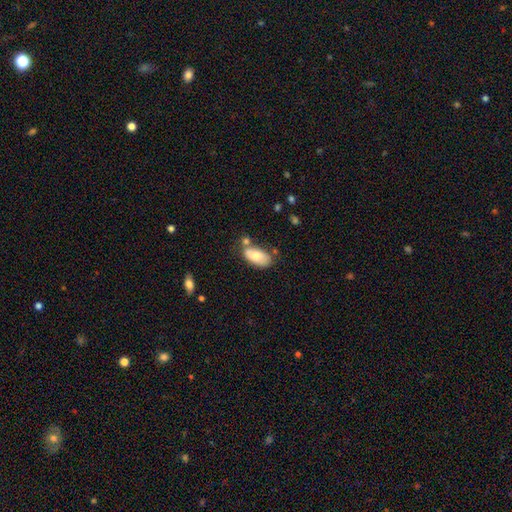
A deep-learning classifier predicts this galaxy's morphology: Q: Smooth or featured?
A: smooth (75%); runner-up: featured or disk (18%)
Q: How rounded?
A: in between (93%); runner-up: cigar-shaped (4%)
Q: Merging?
A: none (49%); runner-up: merger (23%)